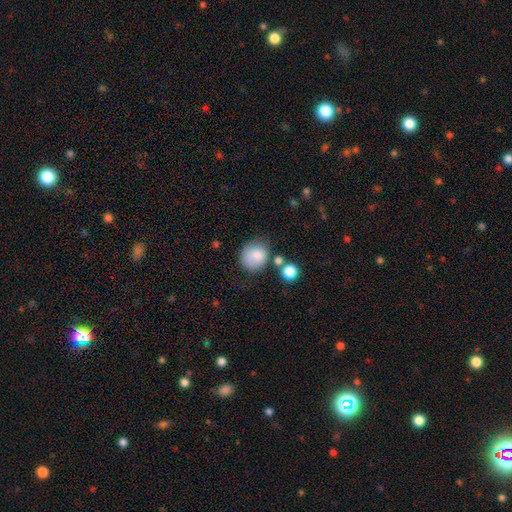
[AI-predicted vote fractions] This appears to be a smooth galaxy with no disk features (84%) that is round (80%). Merging: none (65%).